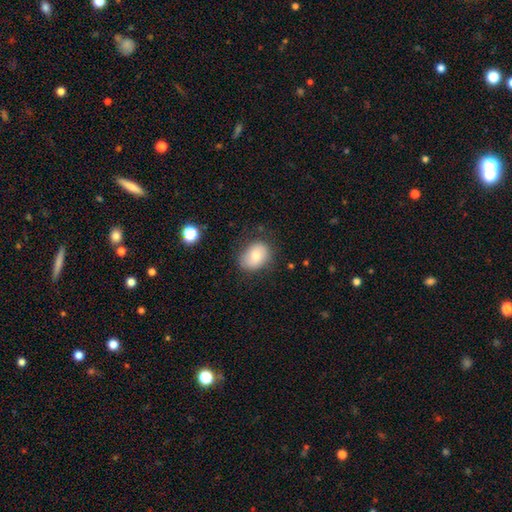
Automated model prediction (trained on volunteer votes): smooth-or-featured: smooth: 74% | featured or disk: 17% | star or artifact: 9%
  how-rounded: in between: 65% | round: 34% | cigar-shaped: 1%
  merging: none: 74% | minor disturbance: 19% | major disturbance: 5% | merger: 2%